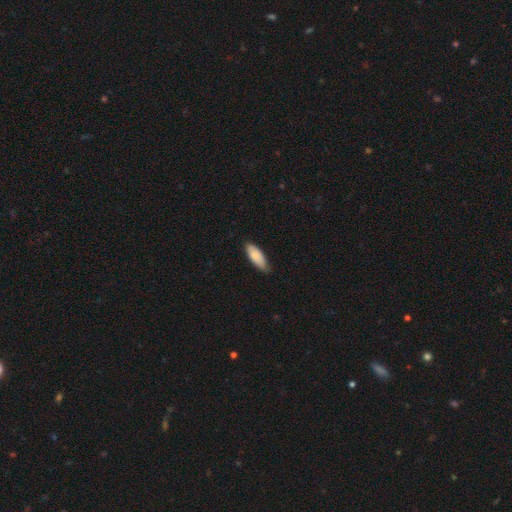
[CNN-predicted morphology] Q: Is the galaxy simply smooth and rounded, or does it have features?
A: smooth — 85%.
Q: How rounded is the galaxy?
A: in between — 69%.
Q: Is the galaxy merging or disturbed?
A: none — 77%.